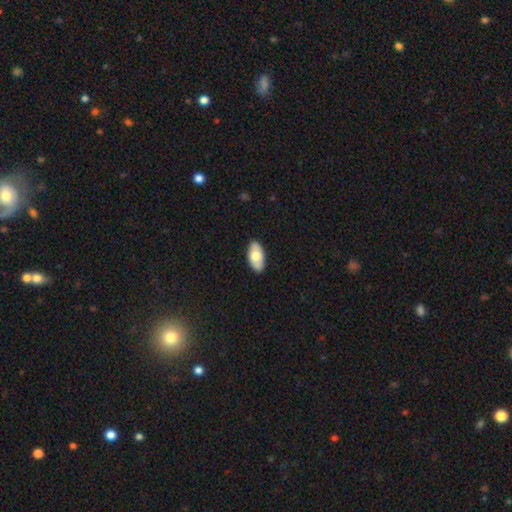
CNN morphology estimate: A smooth galaxy with no disk features (70%) that is in between round and cigar-shaped (94%).

Vote fractions:
- Smooth or featured? smooth: 70% / featured or disk: 24% / star or artifact: 6%
- How rounded? in between: 94% / cigar-shaped: 4% / round: 3%
- Merging? none: 87% / minor disturbance: 10% / major disturbance: 2% / merger: 1%